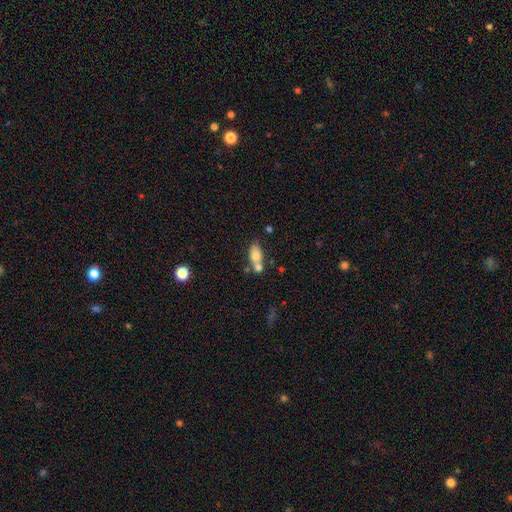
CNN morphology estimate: type=smooth (72%); roundness=in between (82%); merging=none (43%).